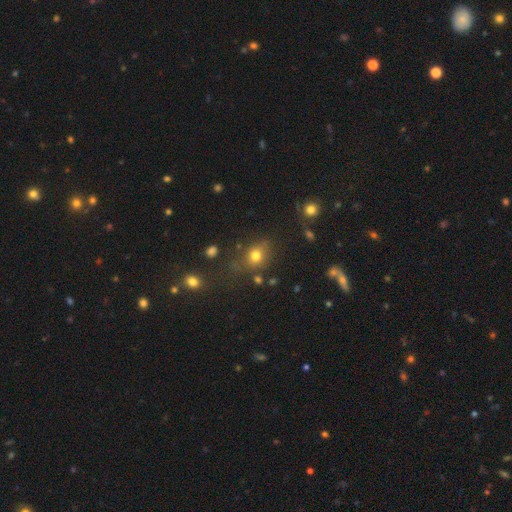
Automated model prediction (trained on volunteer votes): Smooth or featured: smooth — 74% (star or artifact — 17%)
How rounded: round — 63% (in between — 35%)
Merging: none — 69% (minor disturbance — 16%)